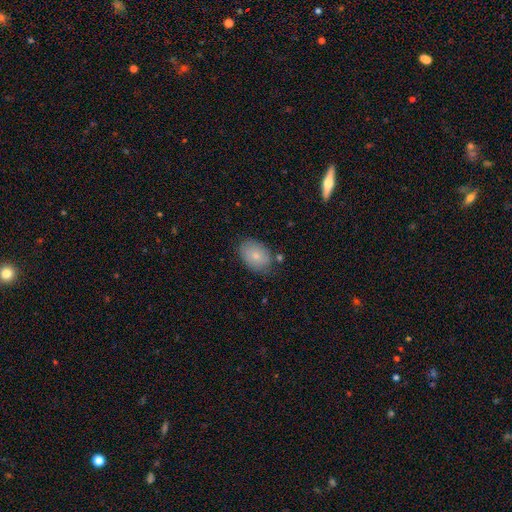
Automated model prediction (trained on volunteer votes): A smooth galaxy with no disk features (79%) that is in between round and cigar-shaped (84%). Merging: none (76%).